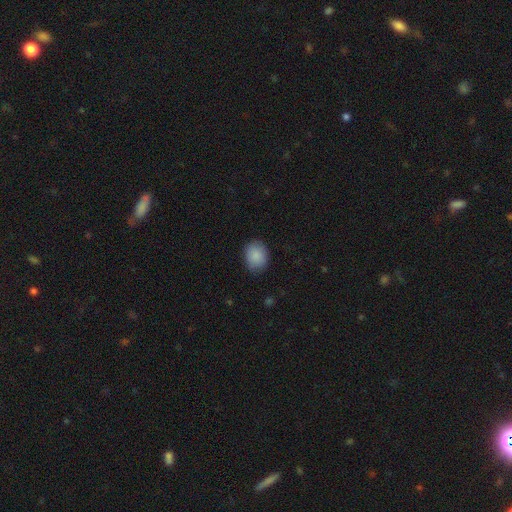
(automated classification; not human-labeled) A smooth galaxy with no disk features (89%) that is in between round and cigar-shaped (50%).

Vote fractions:
- Smooth or featured? smooth: 89% / star or artifact: 7% / featured or disk: 4%
- How rounded? in between: 50% / round: 49% / cigar-shaped: 1%
- Merging? none: 84% / minor disturbance: 13% / major disturbance: 3% / merger: 1%